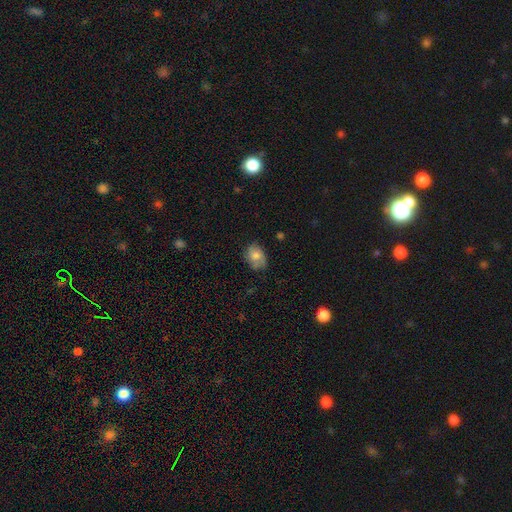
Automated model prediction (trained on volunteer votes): Overall: smooth (69%). How rounded: in between (65%; round 34%). Merging: none (65%; minor disturbance 27%).